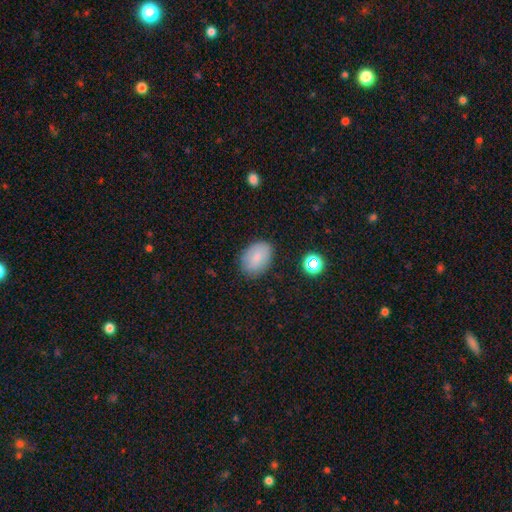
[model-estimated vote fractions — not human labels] This appears to be a smooth galaxy with no disk features (77%) that is in between round and cigar-shaped (80%). Merging: none (82%).